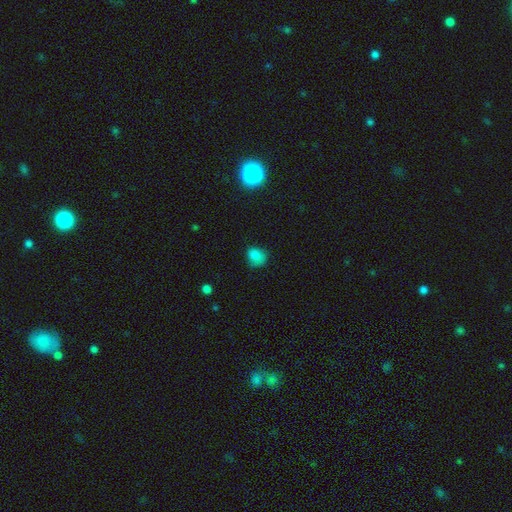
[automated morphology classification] smooth_or_featured: smooth (p=0.81) [alt: star or artifact p=0.13]
how_rounded: round (p=0.55) [alt: in between p=0.44]
merging: none (p=0.64) [alt: minor disturbance p=0.27]